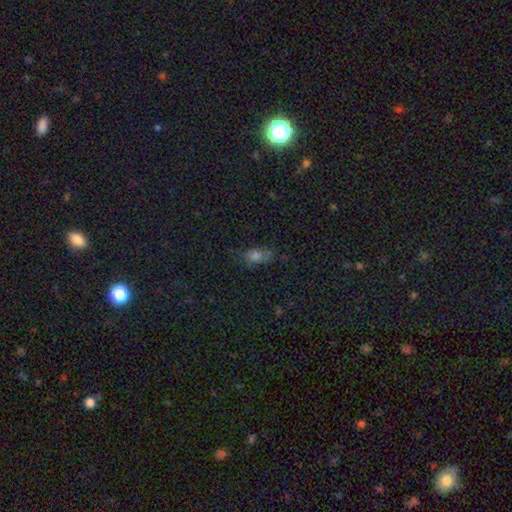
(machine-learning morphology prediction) smooth-or-featured: smooth: 67% | star or artifact: 22% | featured or disk: 11%
  how-rounded: in between: 75% | round: 19% | cigar-shaped: 5%
  merging: none: 64% | minor disturbance: 24% | major disturbance: 8% | merger: 4%